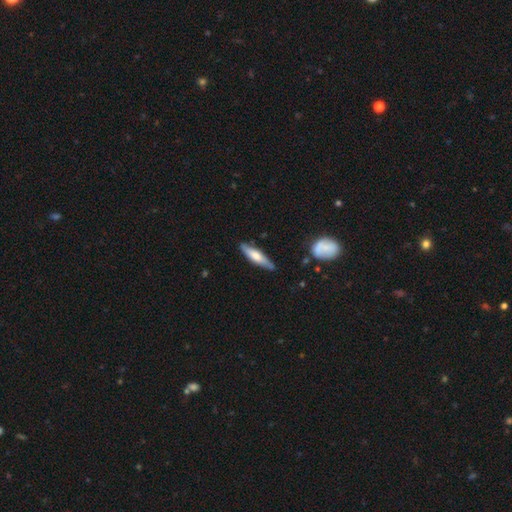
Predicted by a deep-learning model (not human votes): This is possibly a smooth galaxy (53%). How rounded: likely cigar-shaped (77%). Merging: clearly none (82%).